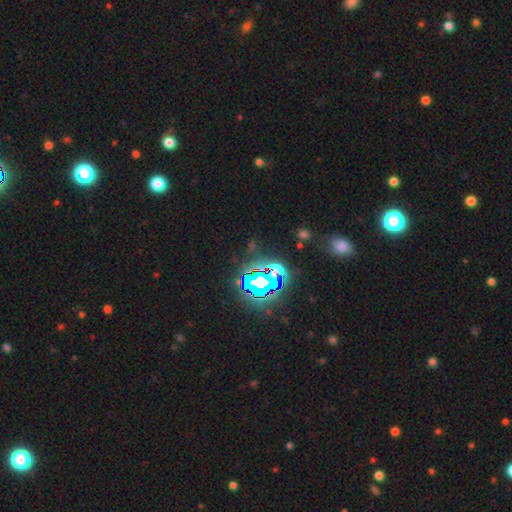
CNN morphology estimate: A star or artifact, not a galaxy (79%).

Vote fractions:
- Smooth or featured? star or artifact: 79% / smooth: 13% / featured or disk: 8%